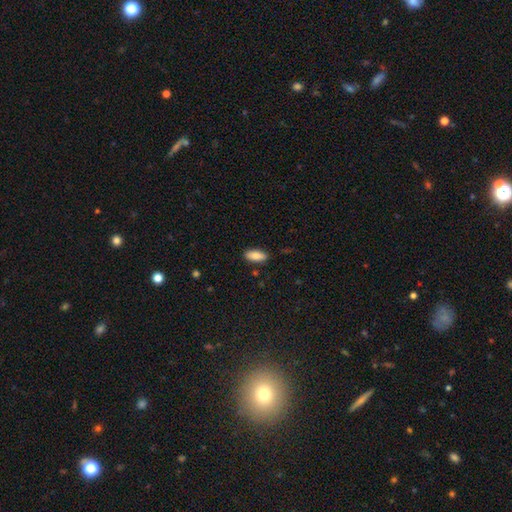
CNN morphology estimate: Q: Smooth or featured?
A: smooth (87%); runner-up: featured or disk (7%)
Q: How rounded?
A: in between (83%); runner-up: cigar-shaped (15%)
Q: Merging?
A: none (87%); runner-up: minor disturbance (10%)